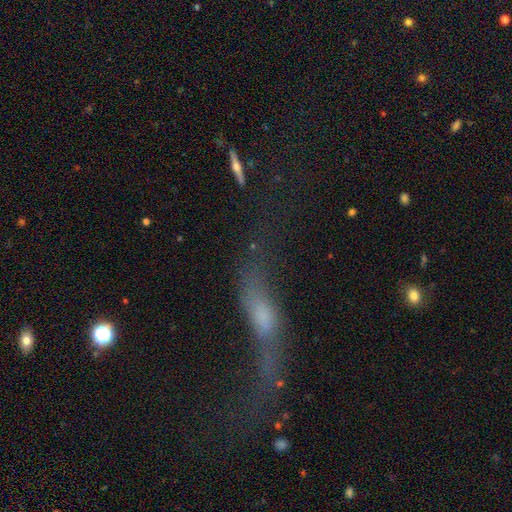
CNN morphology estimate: Overall: featured or disk (67%). Edge-on disk: no (67%; yes 33%). Merging: none (46%; major disturbance 29%).